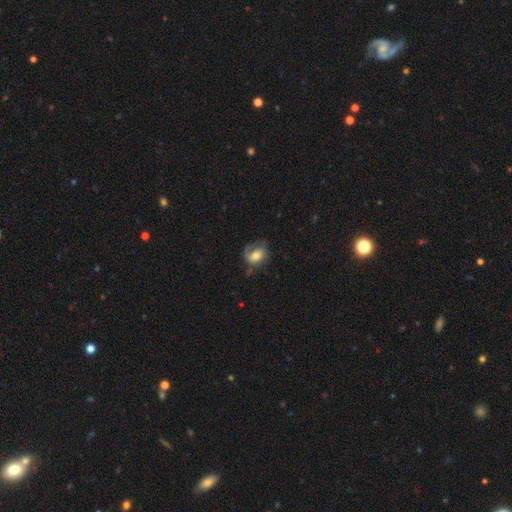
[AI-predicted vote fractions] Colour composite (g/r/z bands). It shows a smooth galaxy with no disk features (48%). Merging: none (42%).